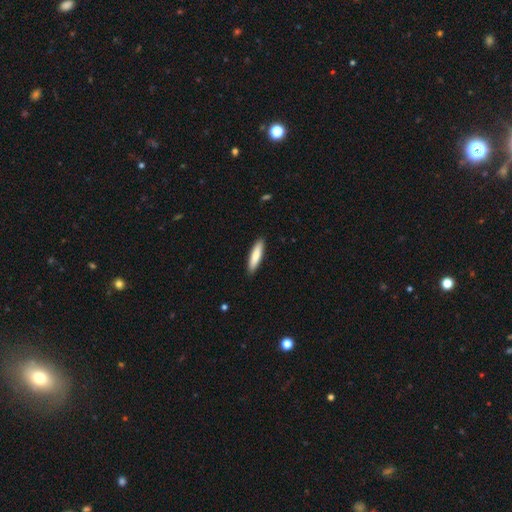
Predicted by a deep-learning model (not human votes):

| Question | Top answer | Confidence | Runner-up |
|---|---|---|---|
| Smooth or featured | smooth | 81% | featured or disk (14%) |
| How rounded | cigar-shaped | 73% | in between (25%) |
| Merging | none | 90% | minor disturbance (8%) |